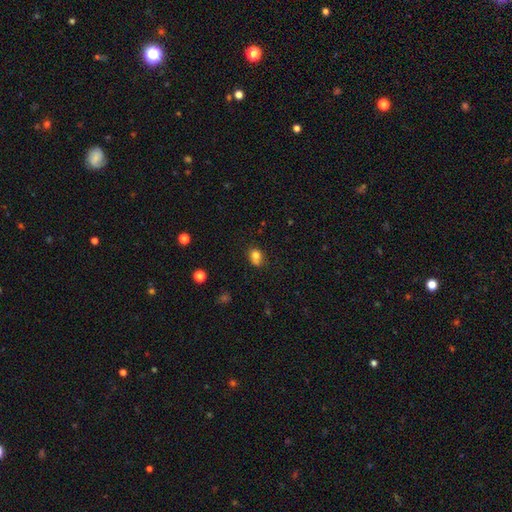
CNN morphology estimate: This appears to be a smooth galaxy with no disk features (76%) that is round (58%). Merging: none (51%).